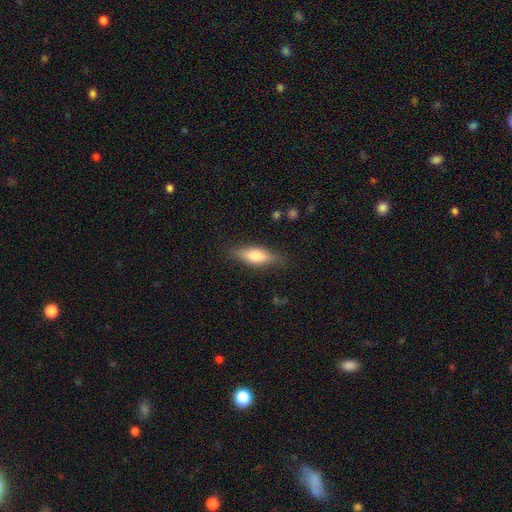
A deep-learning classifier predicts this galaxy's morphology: Smooth or featured: smooth — 66% (featured or disk — 28%)
How rounded: in between — 61% (cigar-shaped — 36%)
Merging: none — 80% (minor disturbance — 15%)